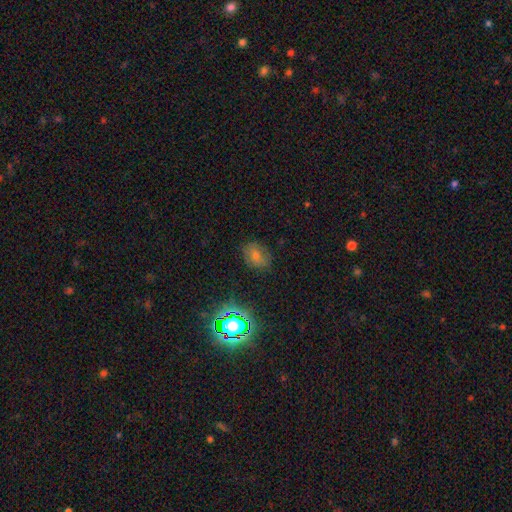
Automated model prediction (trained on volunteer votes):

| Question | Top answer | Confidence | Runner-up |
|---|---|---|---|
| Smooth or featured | smooth | 48% | star or artifact (31%) |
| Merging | none | 78% | minor disturbance (15%) |